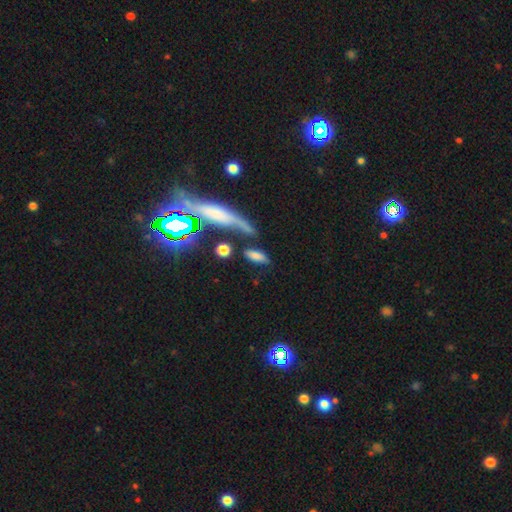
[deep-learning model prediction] Smooth or featured? smooth (75%)
How rounded? in between (76%)
Merging? none (61%)